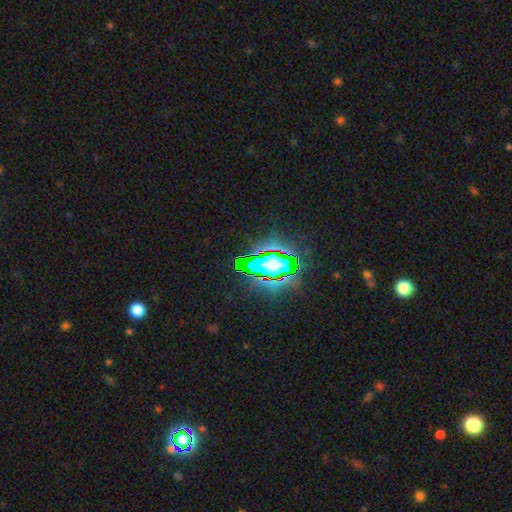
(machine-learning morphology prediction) Smooth or featured: star or artifact — 76% (smooth — 12%)